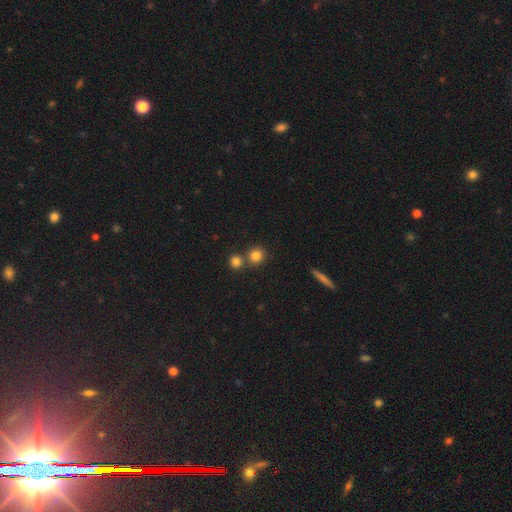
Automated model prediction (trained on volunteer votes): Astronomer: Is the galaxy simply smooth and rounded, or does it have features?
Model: smooth — 81%.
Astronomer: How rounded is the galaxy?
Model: round — 89%.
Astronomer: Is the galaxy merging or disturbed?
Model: none — 66%.